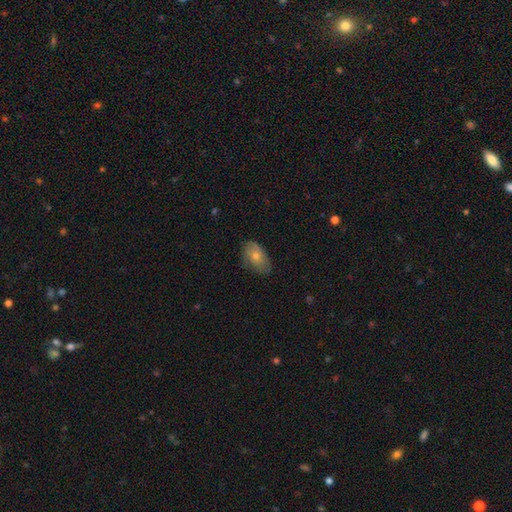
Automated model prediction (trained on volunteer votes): smooth 61%, featured or disk 30%, star or artifact 9%. Down the decision tree: how rounded — in between (90%); merging — none (72%).